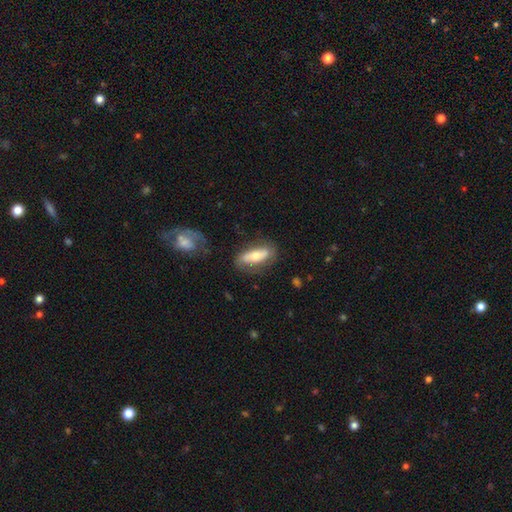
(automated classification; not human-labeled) This appears to be a smooth galaxy with no disk features (54%) that is in between round and cigar-shaped (64%). Merging: none (70%).